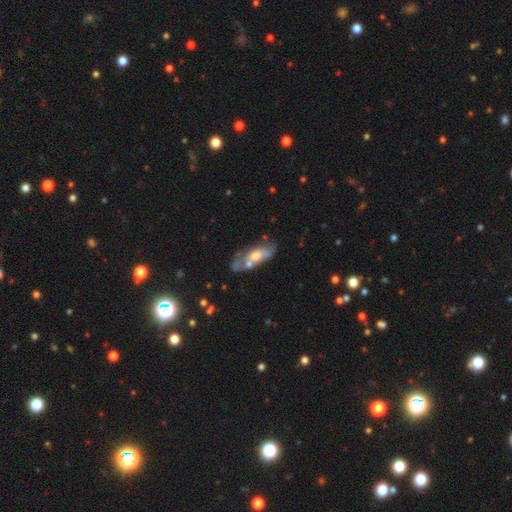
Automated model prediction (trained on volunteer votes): This is possibly a featured or disk galaxy (51%). It is clearly not viewed edge-on (83%). Merging: marginally none (41%).